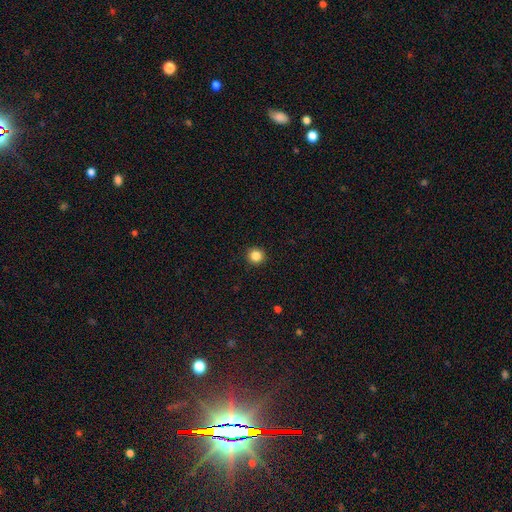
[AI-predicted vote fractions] This appears to be a smooth galaxy with no disk features (86%) that is round (95%). Merging: none (93%).